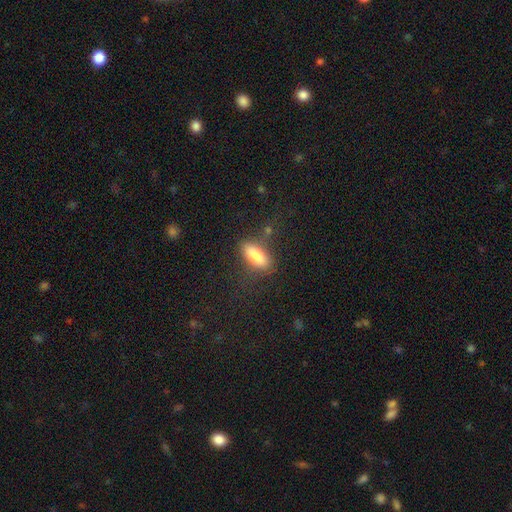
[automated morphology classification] Smooth or featured?
  - smooth: 81% *
  - featured or disk: 12%
  - star or artifact: 7%
How rounded?
  - in between: 69% *
  - cigar-shaped: 28%
  - round: 3%
Merging?
  - none: 76% *
  - minor disturbance: 15%
  - major disturbance: 6%
  - merger: 3%